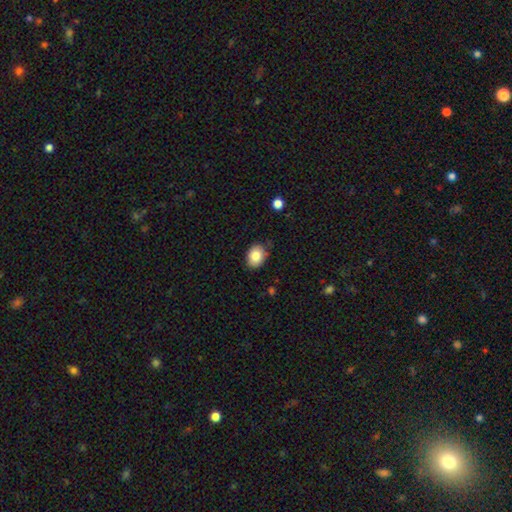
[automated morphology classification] Smooth or featured?
  - smooth: 83% *
  - star or artifact: 8%
  - featured or disk: 8%
How rounded?
  - in between: 62% *
  - round: 37%
  - cigar-shaped: 1%
Merging?
  - none: 81% *
  - minor disturbance: 15%
  - major disturbance: 2%
  - merger: 2%